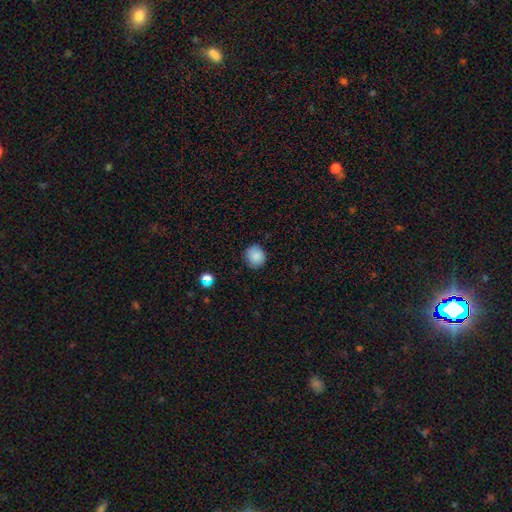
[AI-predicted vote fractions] Smooth or featured?
  - smooth: 86% *
  - star or artifact: 9%
  - featured or disk: 5%
How rounded?
  - round: 84% *
  - in between: 15%
  - cigar-shaped: 1%
Merging?
  - none: 82% *
  - minor disturbance: 13%
  - major disturbance: 3%
  - merger: 1%